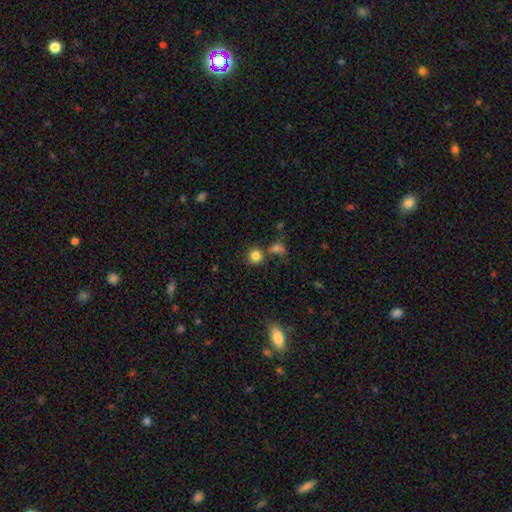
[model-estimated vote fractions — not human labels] smooth-or-featured: smooth: 82% | star or artifact: 12% | featured or disk: 6%
  how-rounded: round: 90% | in between: 9% | cigar-shaped: 1%
  merging: none: 70% | merger: 17% | minor disturbance: 9% | major disturbance: 4%